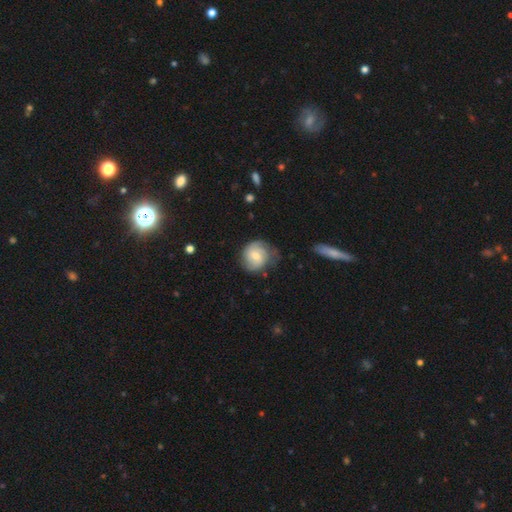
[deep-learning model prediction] This is possibly a smooth galaxy (51%). How rounded: likely round (80%). Merging: likely none (61%).